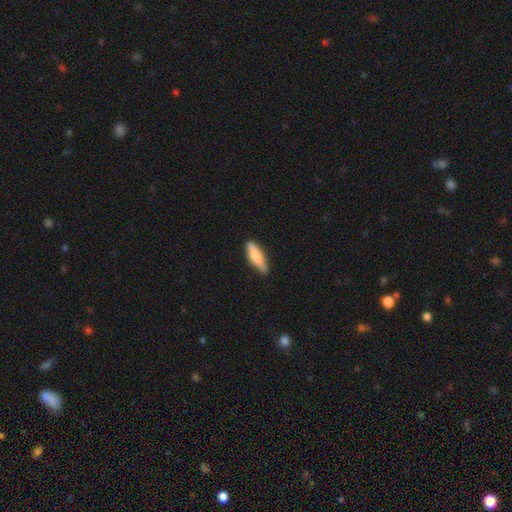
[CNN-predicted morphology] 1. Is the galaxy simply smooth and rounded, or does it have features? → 68% smooth, 27% featured or disk, 5% star or artifact.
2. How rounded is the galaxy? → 67% cigar-shaped, 31% in between, 2% round.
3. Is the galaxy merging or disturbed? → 86% none, 11% minor disturbance, 2% major disturbance, 1% merger.